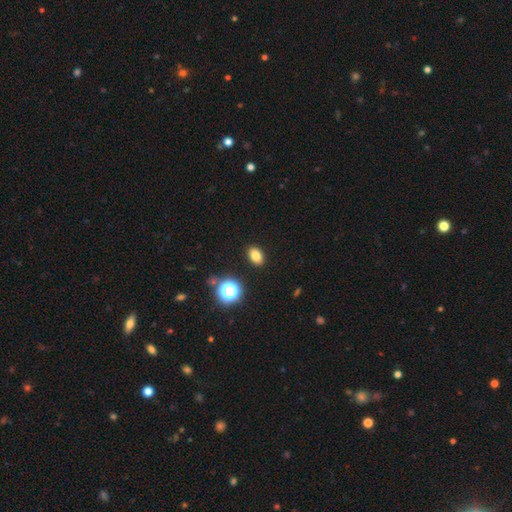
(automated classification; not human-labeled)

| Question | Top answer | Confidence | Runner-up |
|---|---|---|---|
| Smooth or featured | smooth | 79% | star or artifact (14%) |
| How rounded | in between | 77% | round (21%) |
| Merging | none | 89% | minor disturbance (7%) |